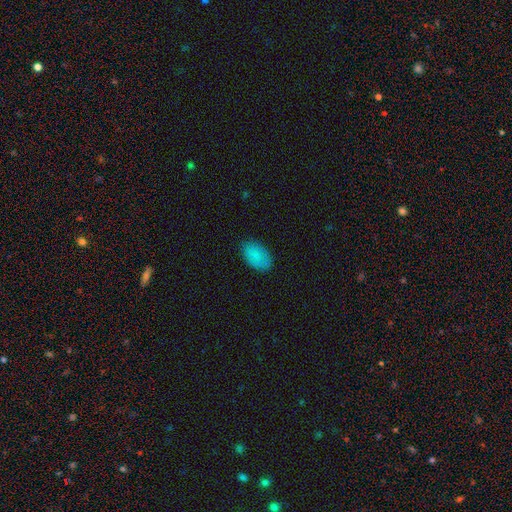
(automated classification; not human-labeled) Smooth or featured? Predicted: smooth (p=0.85). How rounded? Predicted: in between (p=0.93). Merging? Predicted: none (p=0.82).